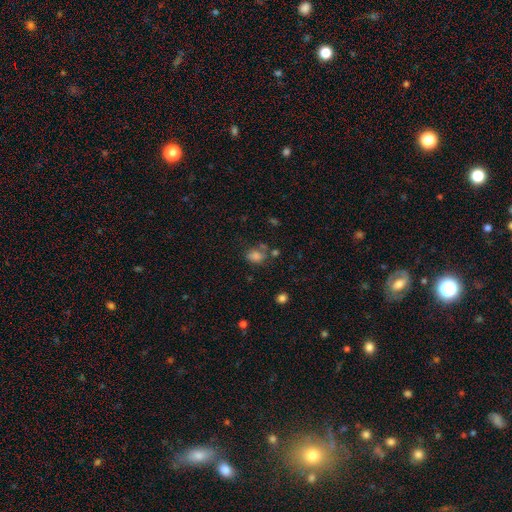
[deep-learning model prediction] smooth-or-featured: smooth: 74% | star or artifact: 17% | featured or disk: 9%
  how-rounded: in between: 64% | round: 35% | cigar-shaped: 1%
  merging: none: 53% | minor disturbance: 20% | merger: 16% | major disturbance: 11%